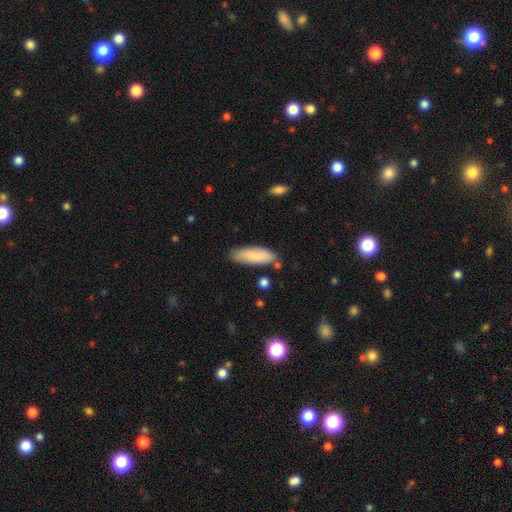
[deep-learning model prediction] Q: Smooth or featured?
A: smooth (85%); runner-up: featured or disk (9%)
Q: How rounded?
A: in between (59%); runner-up: cigar-shaped (40%)
Q: Merging?
A: none (77%); runner-up: minor disturbance (17%)